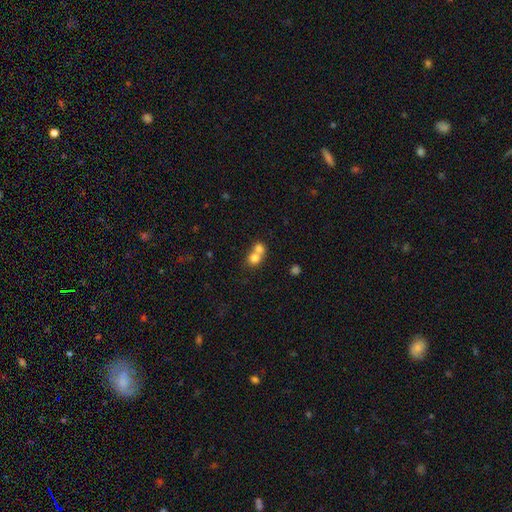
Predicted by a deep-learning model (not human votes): Smooth or featured? smooth (76%)
How rounded? round (77%)
Merging? merger (67%)